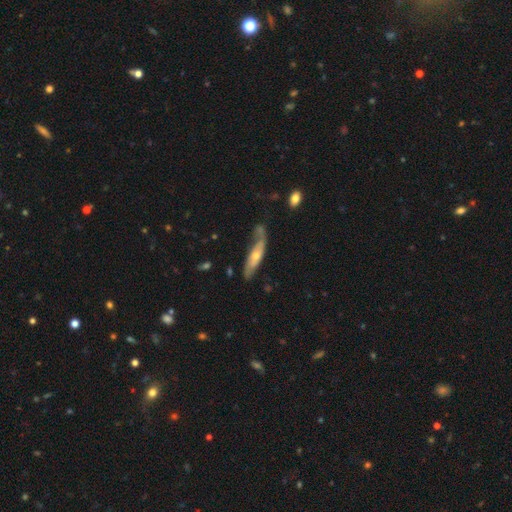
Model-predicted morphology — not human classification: type=featured or disk (59%); edge-on=no (53%); merging=none (52%).